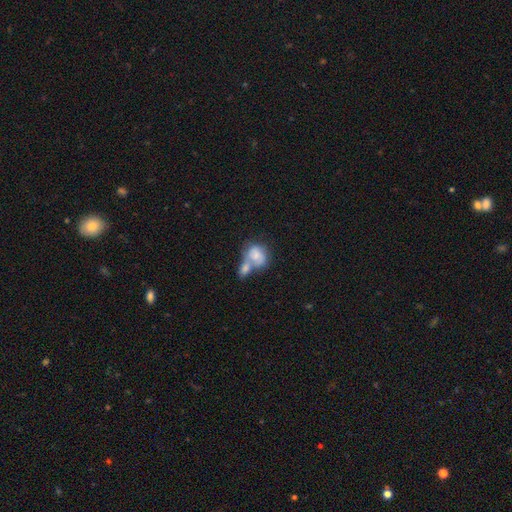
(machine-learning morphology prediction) Smooth or featured?
  - smooth: 68% *
  - featured or disk: 24%
  - star or artifact: 8%
How rounded?
  - in between: 62% *
  - round: 37%
  - cigar-shaped: 2%
Merging?
  - merger: 70% *
  - none: 14%
  - minor disturbance: 9%
  - major disturbance: 7%